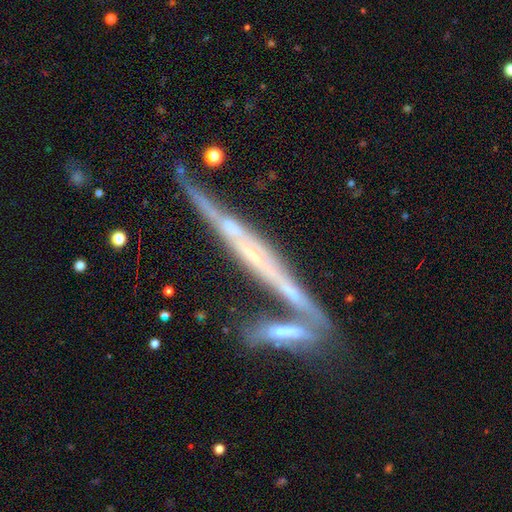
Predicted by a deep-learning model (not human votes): Q: Smooth or featured?
A: featured or disk (79%); runner-up: smooth (14%)
Q: Edge-on disk?
A: yes (92%); runner-up: no (8%)
Q: Edge-on bulge?
A: none (56%); runner-up: rounded (30%)
Q: Merging?
A: none (54%); runner-up: merger (26%)